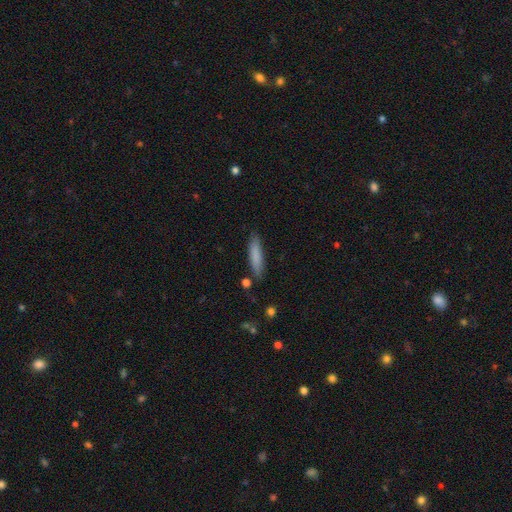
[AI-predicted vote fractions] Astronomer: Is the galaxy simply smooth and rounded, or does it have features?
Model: smooth — 83%.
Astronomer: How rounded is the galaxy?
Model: cigar-shaped — 79%.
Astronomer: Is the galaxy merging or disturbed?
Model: none — 85%.